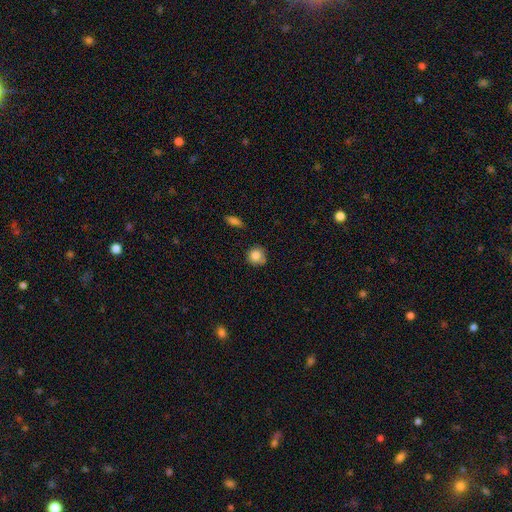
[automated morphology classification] Smooth or featured?
  - smooth: 83% *
  - star or artifact: 9%
  - featured or disk: 8%
How rounded?
  - round: 89% *
  - in between: 10%
  - cigar-shaped: 1%
Merging?
  - none: 71% *
  - minor disturbance: 22%
  - major disturbance: 4%
  - merger: 3%